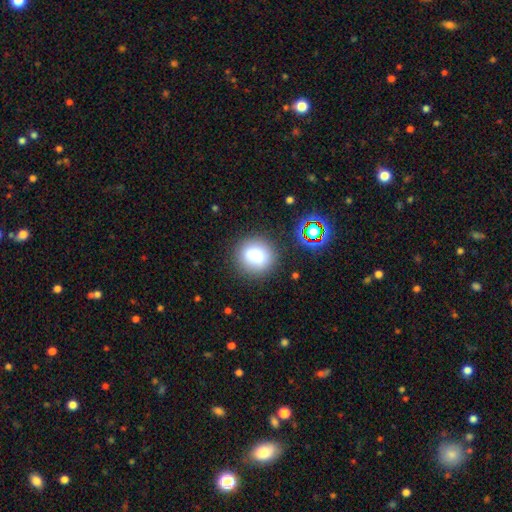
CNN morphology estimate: The model was most divided on "smooth or featured": smooth: 79%, star or artifact: 13%, featured or disk: 8%. More confident: how rounded — round (84%); merging — none (84%).